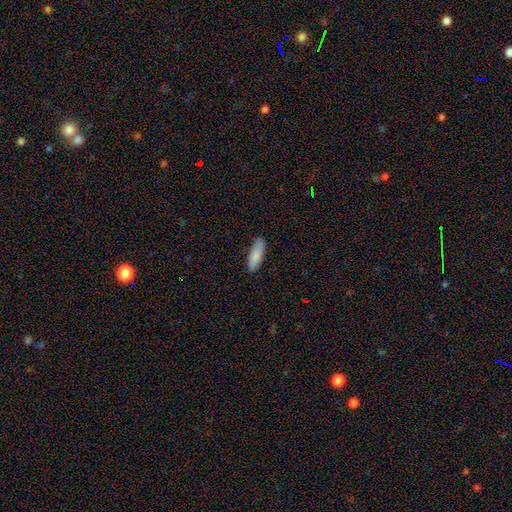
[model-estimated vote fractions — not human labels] Q: Smooth or featured?
A: smooth (87%); runner-up: featured or disk (7%)
Q: How rounded?
A: in between (57%); runner-up: cigar-shaped (41%)
Q: Merging?
A: none (87%); runner-up: minor disturbance (10%)